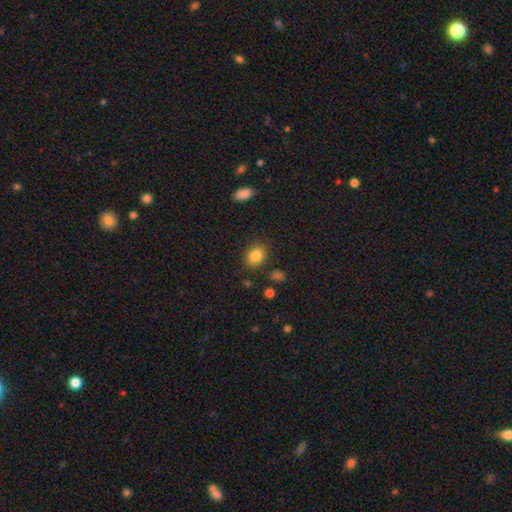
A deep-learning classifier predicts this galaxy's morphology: Smooth or featured? smooth (84%)
How rounded? in between (52%)
Merging? none (83%)